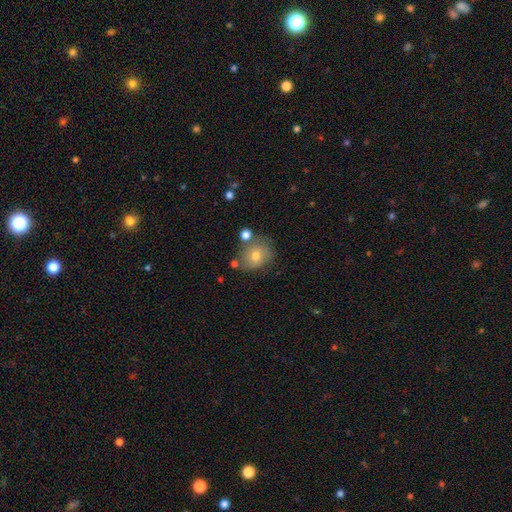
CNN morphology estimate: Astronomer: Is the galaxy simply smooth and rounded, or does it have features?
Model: smooth — 67%.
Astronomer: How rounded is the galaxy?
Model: round — 64%.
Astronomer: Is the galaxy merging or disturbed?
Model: none — 63%.